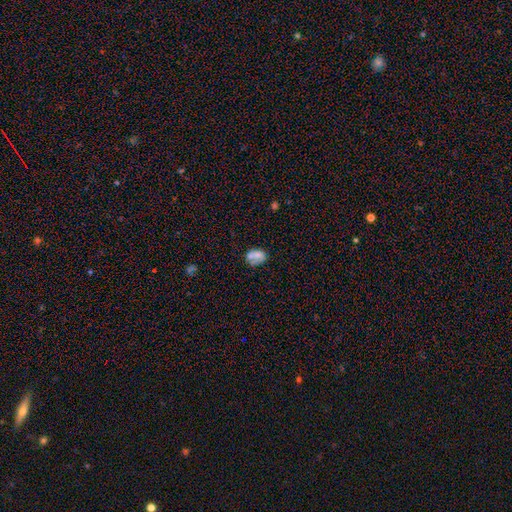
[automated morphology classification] type=smooth (65%); roundness=in between (65%); merging=none (44%).